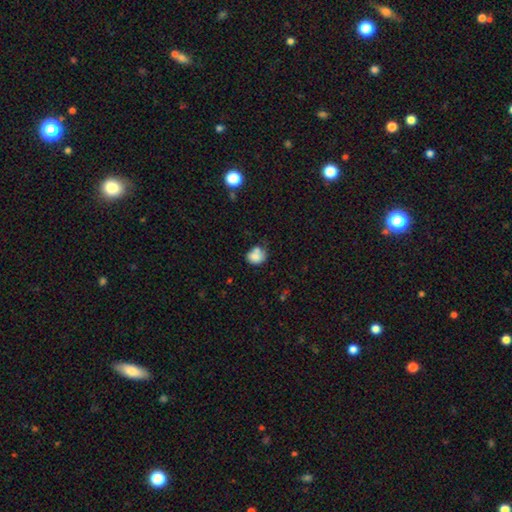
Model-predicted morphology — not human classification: Smooth or featured: smooth — 77% (featured or disk — 13%)
How rounded: round — 58% (in between — 41%)
Merging: none — 40% (minor disturbance — 25%)